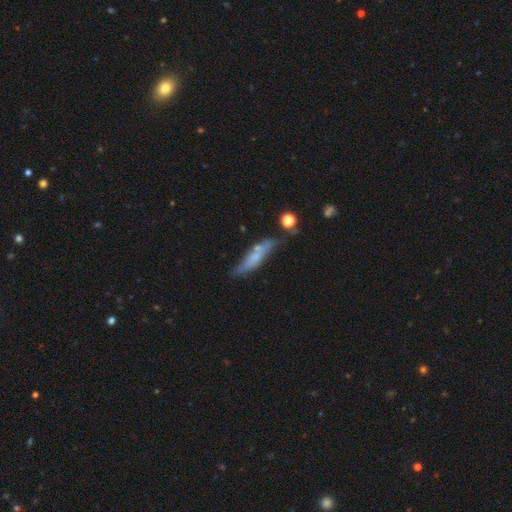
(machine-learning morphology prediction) type=smooth (52%); roundness=cigar-shaped (77%); merging=none (56%).